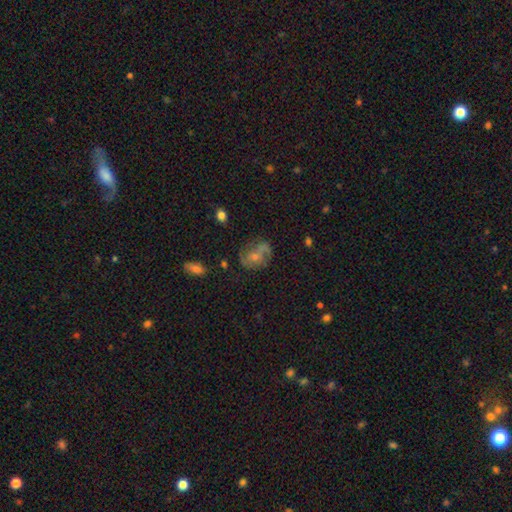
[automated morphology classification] Overall: featured or disk (57%; smooth 32%). Edge-on disk: no (97%). Bar: no (72%). Spiral arms: yes (74%). Bulge size: small (56%; moderate 36%). Merging: none (56%; minor disturbance 23%).